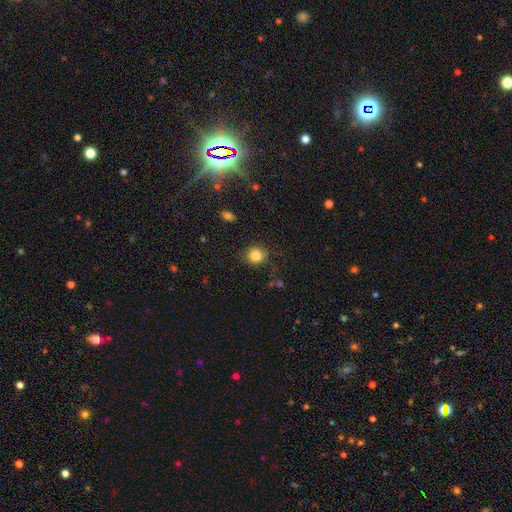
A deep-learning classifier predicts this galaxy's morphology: smooth 84%, star or artifact 11%, featured or disk 5%. Down the decision tree: how rounded — round (85%); merging — none (80%).